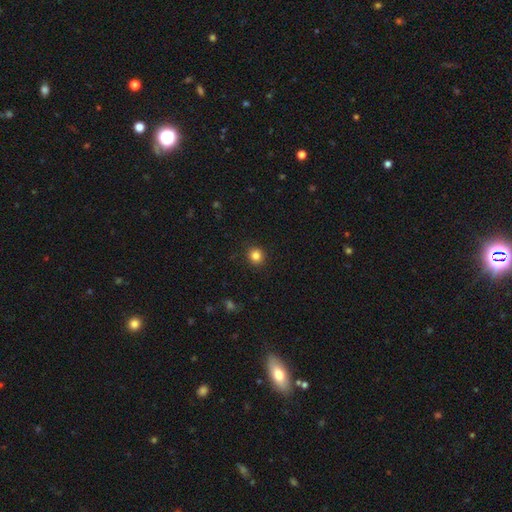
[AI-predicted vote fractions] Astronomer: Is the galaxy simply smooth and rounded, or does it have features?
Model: smooth — 84%.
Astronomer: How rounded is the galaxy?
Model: round — 91%.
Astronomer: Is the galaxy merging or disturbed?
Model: none — 91%.